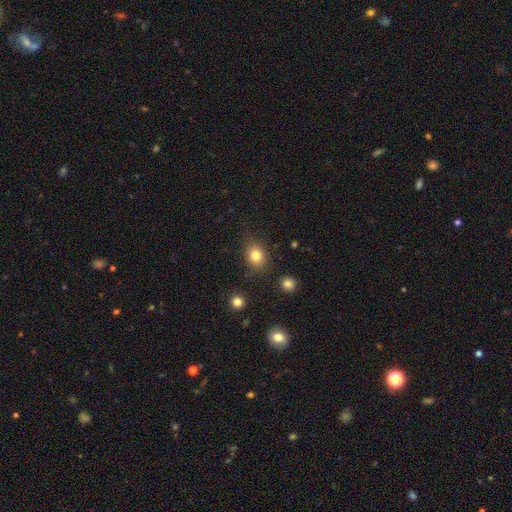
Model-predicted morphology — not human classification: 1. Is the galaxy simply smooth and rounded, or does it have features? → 81% smooth, 11% star or artifact, 7% featured or disk.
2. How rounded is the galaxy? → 55% round, 44% in between, 1% cigar-shaped.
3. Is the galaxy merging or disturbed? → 80% none, 13% minor disturbance, 4% major disturbance, 3% merger.